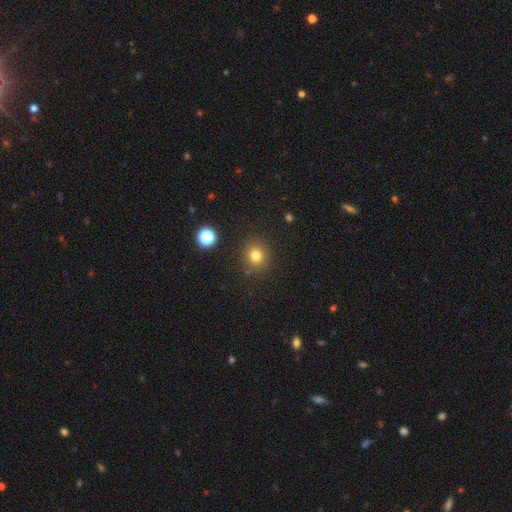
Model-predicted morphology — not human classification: Smooth or featured? Predicted: smooth (p=0.78). How rounded? Predicted: round (p=0.89). Merging? Predicted: none (p=0.88).